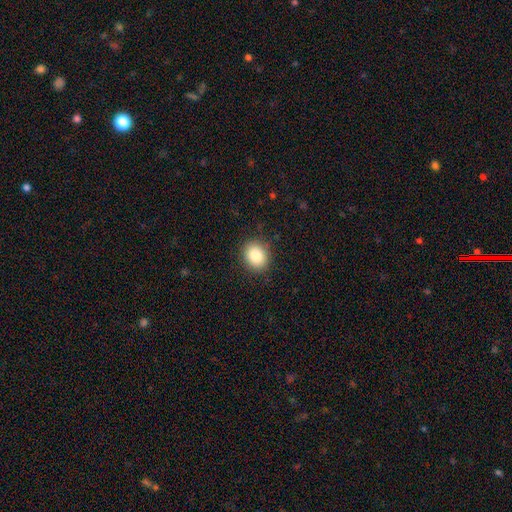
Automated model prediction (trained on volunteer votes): Morphology: type=smooth (84%); roundness=round (70%); merging=none (88%).